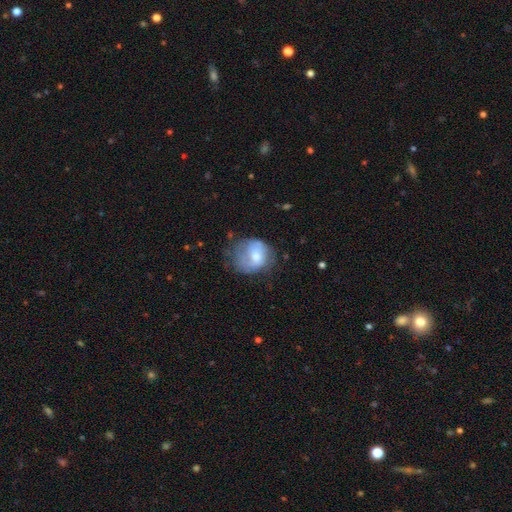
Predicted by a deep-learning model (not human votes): smooth 55%, featured or disk 37%, star or artifact 8%. Down the decision tree: how rounded — round (63%); merging — none (39%).